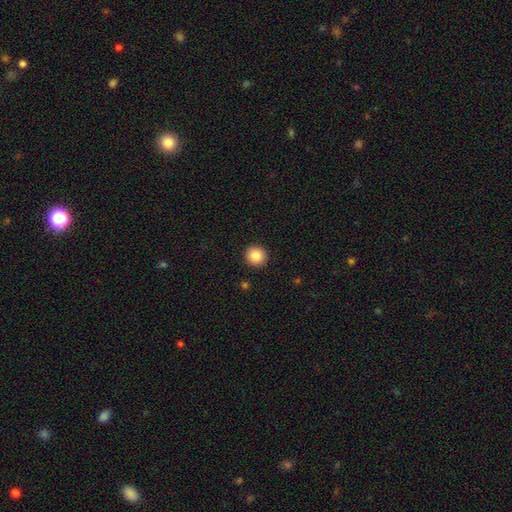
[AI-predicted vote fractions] smooth 86%, star or artifact 9%, featured or disk 5%. Down the decision tree: how rounded — round (94%); merging — none (93%).